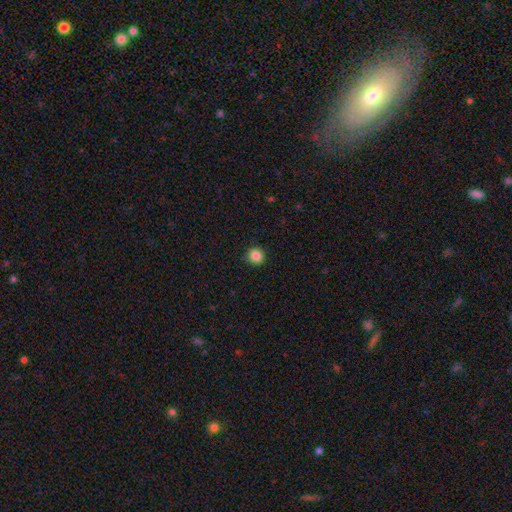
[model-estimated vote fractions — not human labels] Morphology: type=smooth (86%); roundness=round (92%); merging=none (89%).